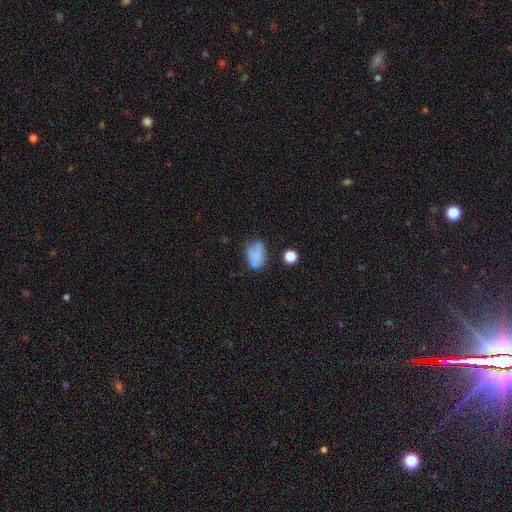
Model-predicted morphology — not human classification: Overall: smooth (68%). How rounded: in between (82%). Merging: none (47%; minor disturbance 29%).